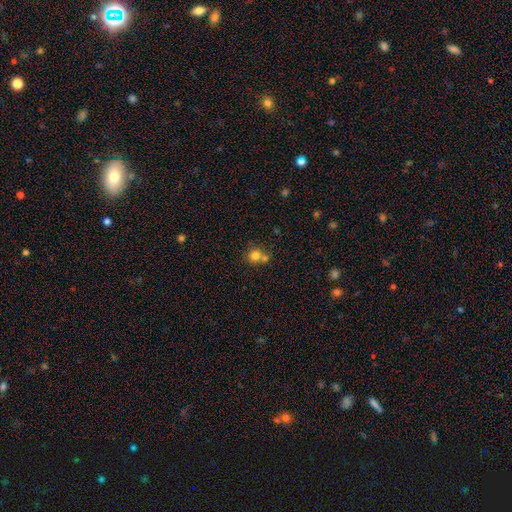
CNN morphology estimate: Smooth or featured: smooth — 78% (star or artifact — 12%)
How rounded: round — 85% (in between — 14%)
Merging: none — 47% (merger — 42%)